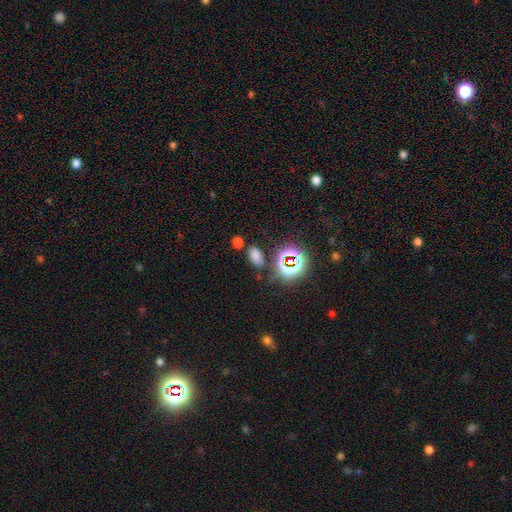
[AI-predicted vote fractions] This appears to be a smooth galaxy with no disk features (68%) that is in between round and cigar-shaped (88%). Merging: none (78%).